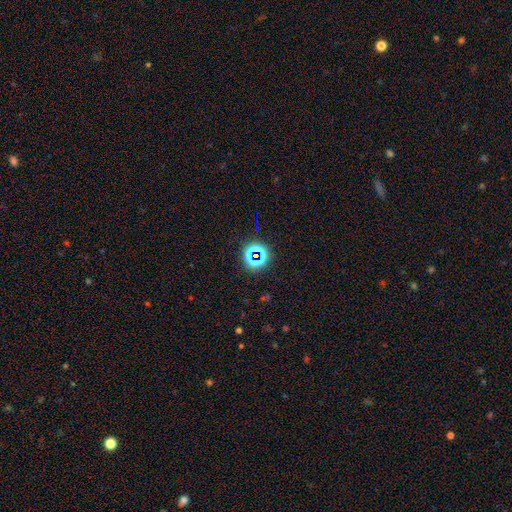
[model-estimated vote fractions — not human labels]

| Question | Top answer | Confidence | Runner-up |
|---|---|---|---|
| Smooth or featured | star or artifact | 67% | smooth (22%) |